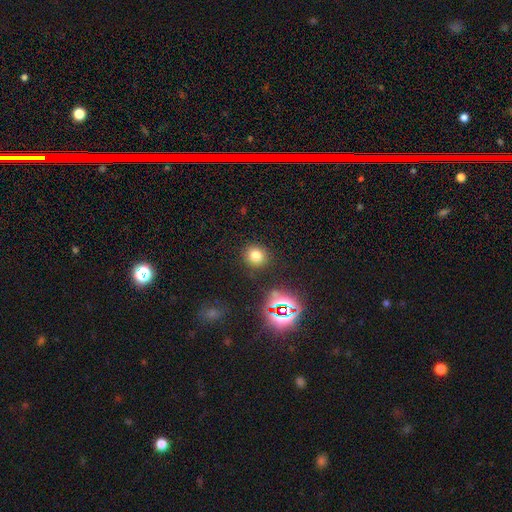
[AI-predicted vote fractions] A smooth galaxy with no disk features (72%) that is round (88%).

Vote fractions:
- Smooth or featured? smooth: 72% / star or artifact: 20% / featured or disk: 8%
- How rounded? round: 88% / in between: 11% / cigar-shaped: 1%
- Merging? none: 88% / minor disturbance: 7% / major disturbance: 3% / merger: 2%